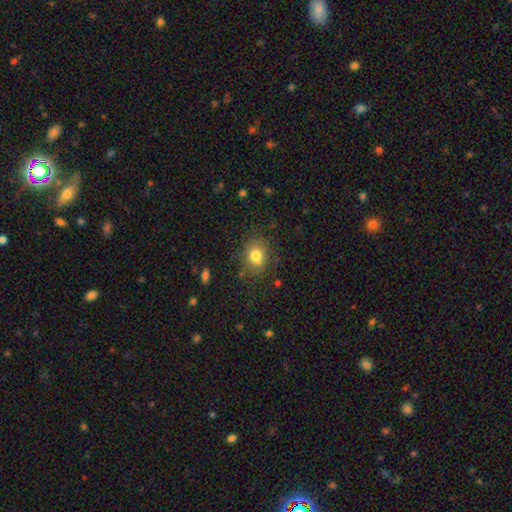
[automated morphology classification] Smooth or featured? smooth (78%)
How rounded? round (60%)
Merging? none (77%)